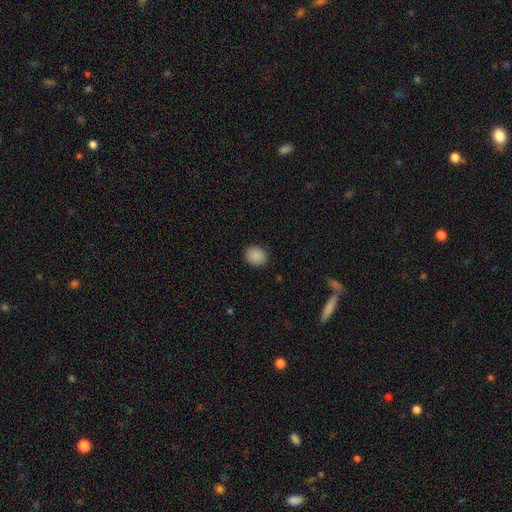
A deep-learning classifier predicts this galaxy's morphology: smooth_or_featured: smooth (p=0.89) [alt: star or artifact p=0.08]
how_rounded: round (p=0.69) [alt: in between p=0.30]
merging: none (p=0.91) [alt: minor disturbance p=0.06]